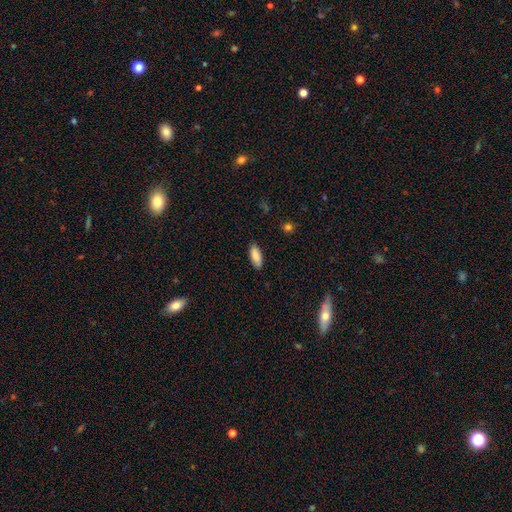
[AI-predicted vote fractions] This is clearly a smooth galaxy (88%). How rounded: likely in between (80%). Merging: clearly none (86%).